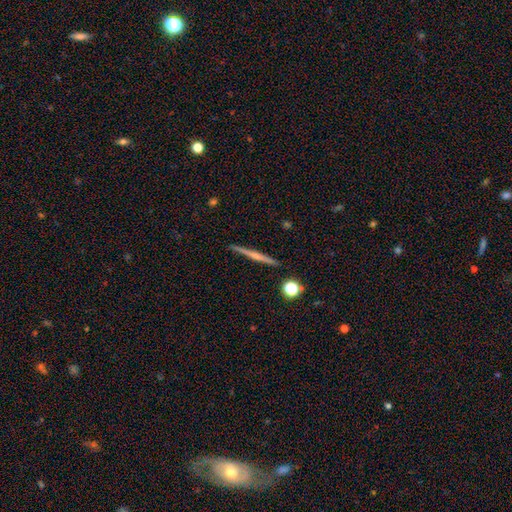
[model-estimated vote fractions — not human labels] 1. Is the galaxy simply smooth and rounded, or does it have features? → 62% featured or disk, 31% smooth, 8% star or artifact.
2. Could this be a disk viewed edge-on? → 98% yes, 2% no.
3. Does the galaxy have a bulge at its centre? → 51% rounded, 41% none, 8% boxy.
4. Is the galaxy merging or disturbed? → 91% none, 6% minor disturbance, 1% merger, 1% major disturbance.